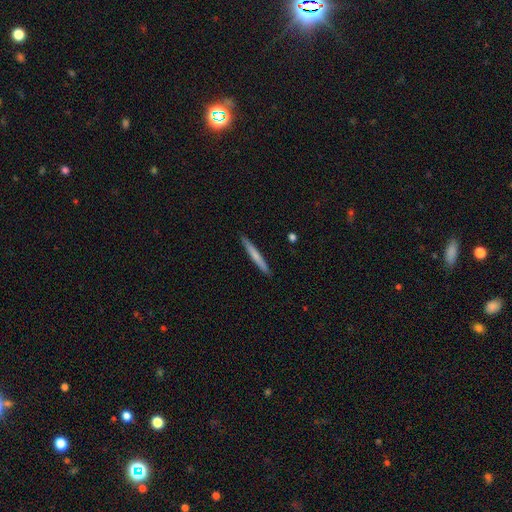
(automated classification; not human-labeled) Smooth or featured: smooth — 66% (featured or disk — 29%)
How rounded: cigar-shaped — 96% (in between — 2%)
Merging: none — 92% (minor disturbance — 6%)